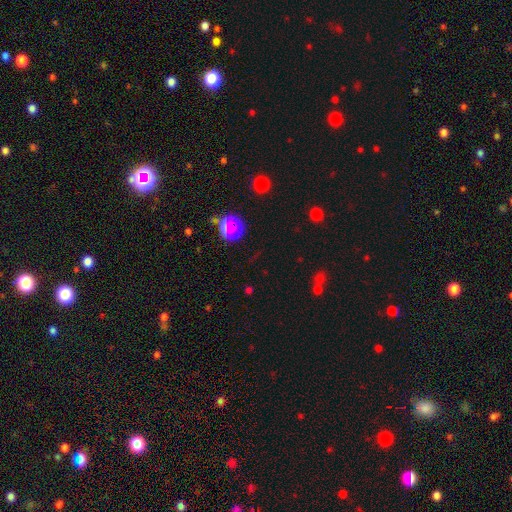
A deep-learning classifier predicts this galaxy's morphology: Smooth or featured?
  - star or artifact: 62% *
  - smooth: 29%
  - featured or disk: 10%